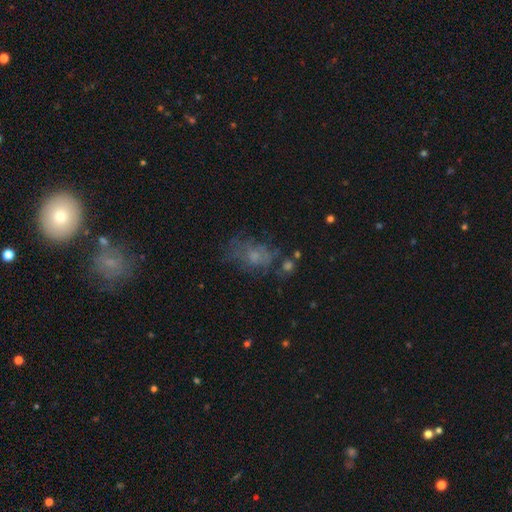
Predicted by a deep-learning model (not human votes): Smooth or featured: smooth — 43% (featured or disk — 34%)
Merging: none — 51% (minor disturbance — 22%)